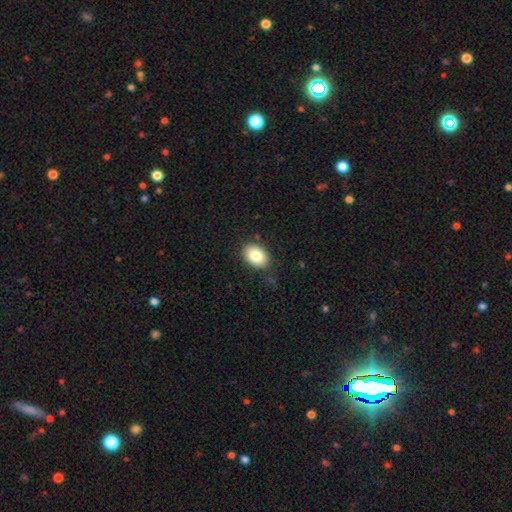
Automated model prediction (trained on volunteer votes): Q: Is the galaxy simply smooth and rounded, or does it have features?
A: smooth — 83%.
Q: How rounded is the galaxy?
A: in between — 78%.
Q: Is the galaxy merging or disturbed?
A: none — 84%.